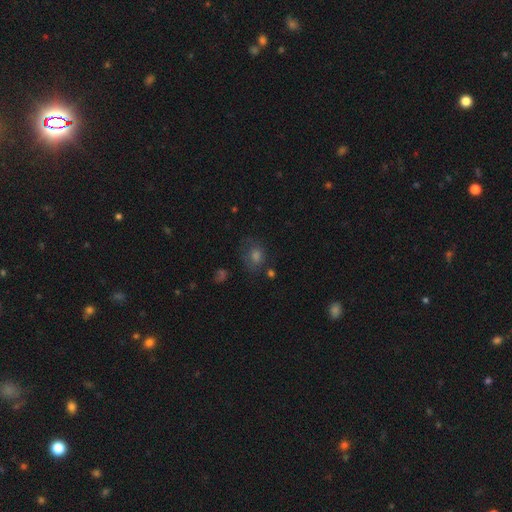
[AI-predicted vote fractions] Smooth or featured? smooth (55%)
How rounded? round (53%)
Merging? none (67%)